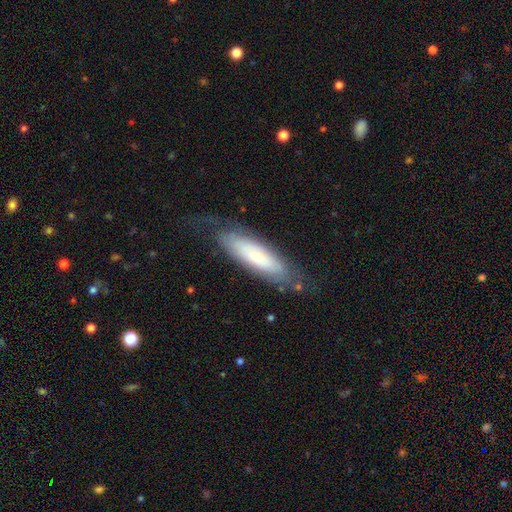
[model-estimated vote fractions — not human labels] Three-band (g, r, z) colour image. It shows a smooth galaxy with no disk features (50%) that is cigar-shaped (56%). Merging: none (68%).